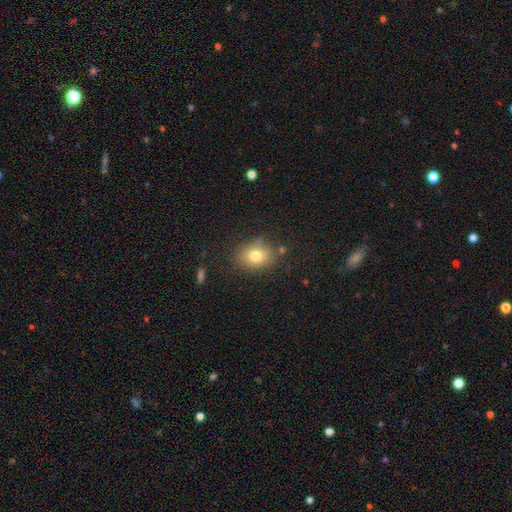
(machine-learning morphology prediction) The model was most divided on "how rounded": in between: 57%, round: 42%, cigar-shaped: 1%. More confident: merging — none (78%); smooth or featured — smooth (78%).